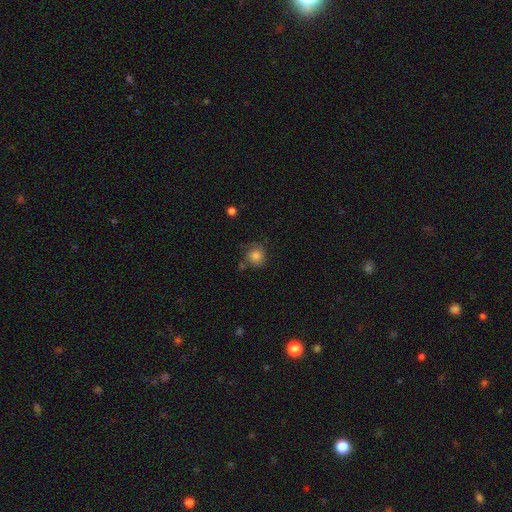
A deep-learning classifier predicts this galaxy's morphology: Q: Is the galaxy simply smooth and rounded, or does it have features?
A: smooth — 76%.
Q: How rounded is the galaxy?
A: round — 86%.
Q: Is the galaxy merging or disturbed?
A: none — 65%.